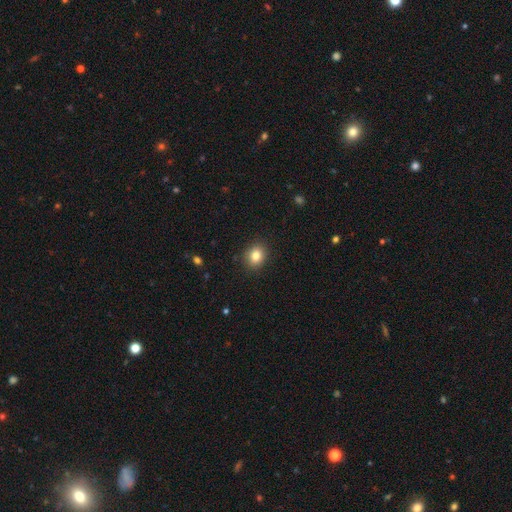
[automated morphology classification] Smooth or featured: smooth — 82% (star or artifact — 11%)
How rounded: round — 62% (in between — 37%)
Merging: none — 89% (minor disturbance — 8%)